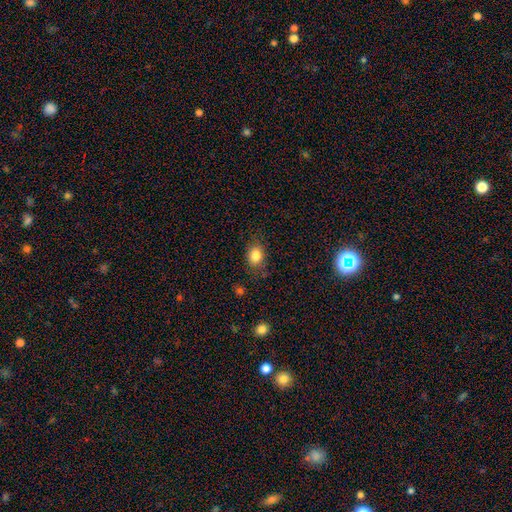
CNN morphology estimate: smooth 83%, star or artifact 10%, featured or disk 7%. Down the decision tree: how rounded — in between (61%); merging — none (78%).